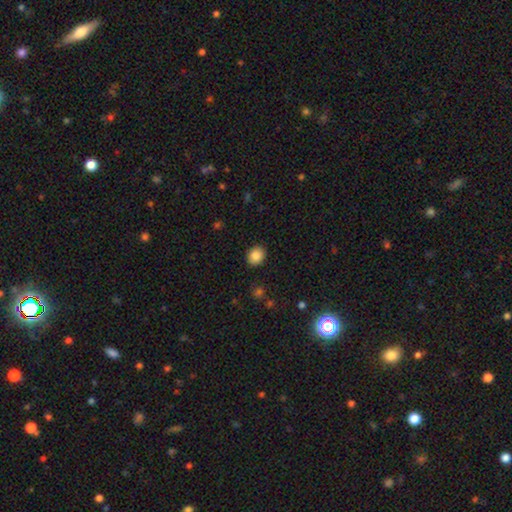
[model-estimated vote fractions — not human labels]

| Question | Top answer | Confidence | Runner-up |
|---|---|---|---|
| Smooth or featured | smooth | 86% | star or artifact (9%) |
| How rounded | round | 65% | in between (34%) |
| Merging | none | 90% | minor disturbance (7%) |